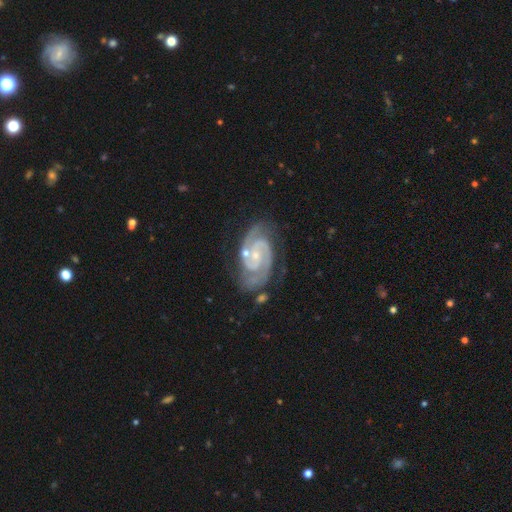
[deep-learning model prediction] The model was most divided on "bar": no: 51%, weak: 36%, strong: 14%. More confident: spiral arms — yes (99%); edge-on disk — no (98%); smooth or featured — featured or disk (92%); spiral arm count — 2 (85%); bulge size — small (72%); merging — none (72%); spiral winding — tight (61%).